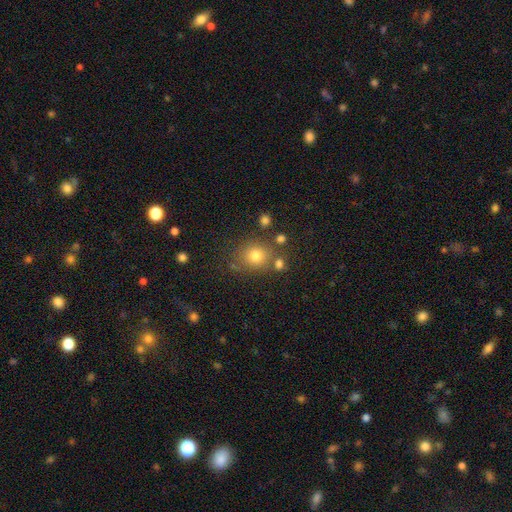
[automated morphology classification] This appears to be a smooth galaxy with no disk features (76%) that is round (76%). Merging: none (74%).